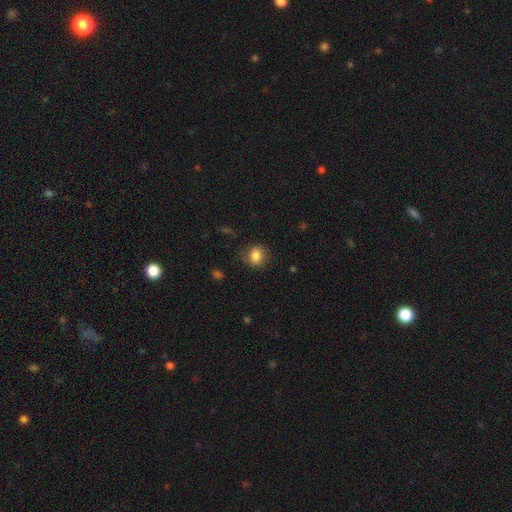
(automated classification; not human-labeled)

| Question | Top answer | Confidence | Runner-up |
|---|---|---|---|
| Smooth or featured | smooth | 83% | star or artifact (9%) |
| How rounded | round | 70% | in between (29%) |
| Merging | none | 78% | minor disturbance (16%) |